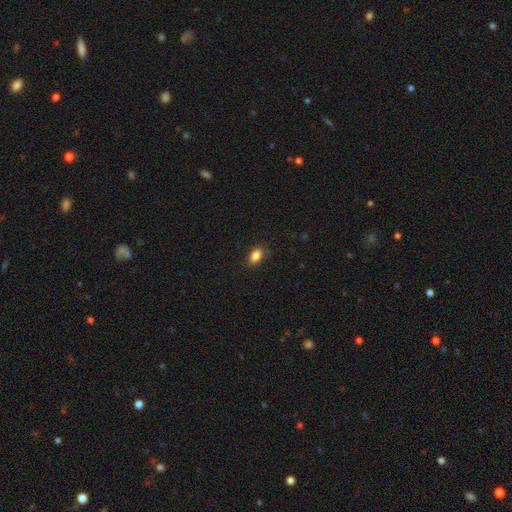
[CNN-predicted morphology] Overall: smooth (86%). How rounded: in between (83%). Merging: none (85%).